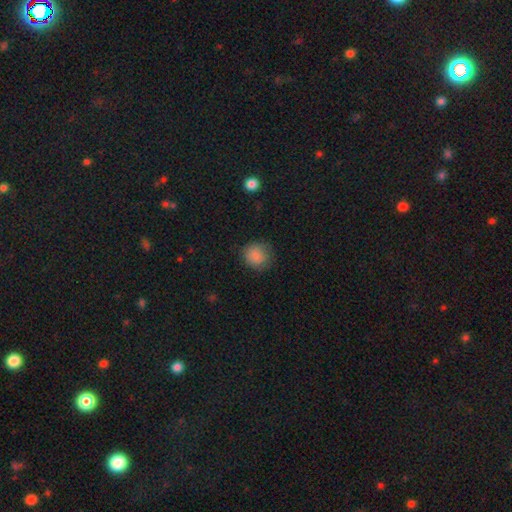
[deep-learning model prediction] A smooth galaxy with no disk features (86%) that is round (88%).

Vote fractions:
- Smooth or featured? smooth: 86% / star or artifact: 9% / featured or disk: 5%
- How rounded? round: 88% / in between: 11% / cigar-shaped: 1%
- Merging? none: 79% / minor disturbance: 15% / major disturbance: 4% / merger: 1%